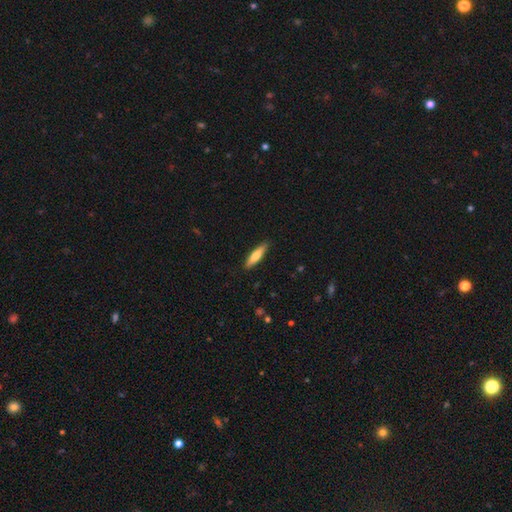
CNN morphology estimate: A smooth galaxy with no disk features (67%) that is cigar-shaped (78%).

Vote fractions:
- Smooth or featured? smooth: 67% / featured or disk: 27% / star or artifact: 6%
- How rounded? cigar-shaped: 78% / in between: 20% / round: 1%
- Merging? none: 89% / minor disturbance: 8% / major disturbance: 2% / merger: 1%